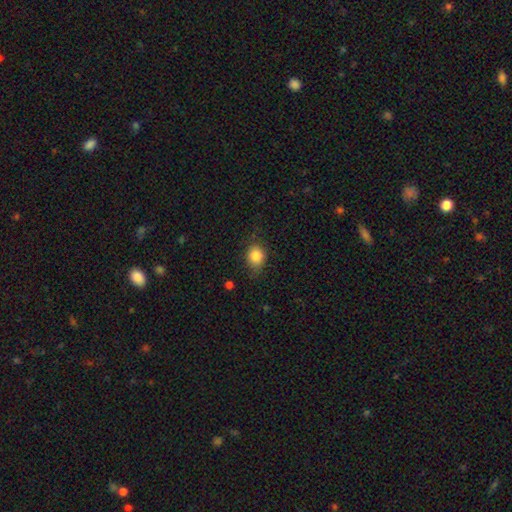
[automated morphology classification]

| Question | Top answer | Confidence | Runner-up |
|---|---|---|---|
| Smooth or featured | smooth | 84% | star or artifact (10%) |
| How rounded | round | 60% | in between (39%) |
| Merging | none | 70% | minor disturbance (23%) |